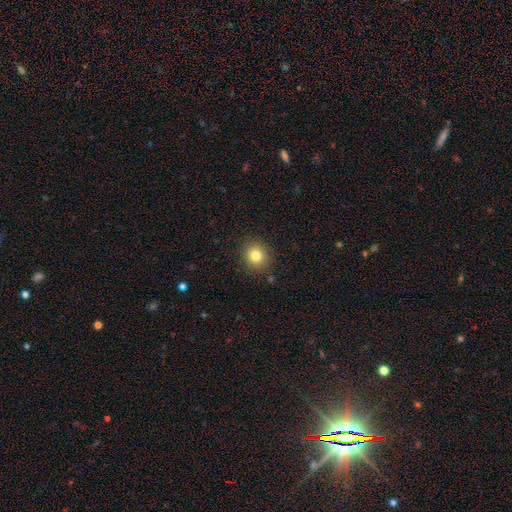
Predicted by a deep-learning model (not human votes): smooth_or_featured: smooth (p=0.81) [alt: star or artifact p=0.12]
how_rounded: round (p=0.85) [alt: in between p=0.14]
merging: none (p=0.89) [alt: minor disturbance p=0.07]